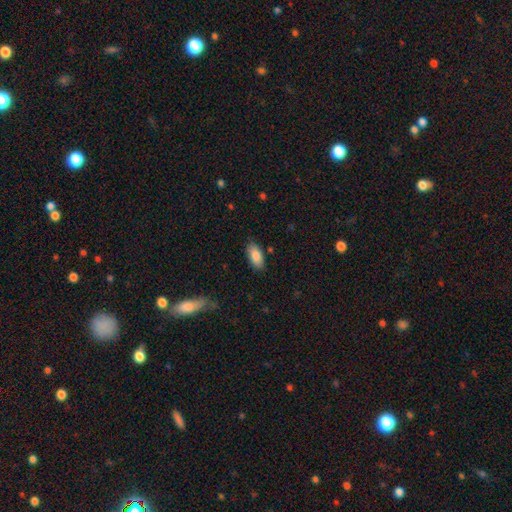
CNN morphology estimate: Overall: smooth (87%). How rounded: in between (92%). Merging: none (83%).